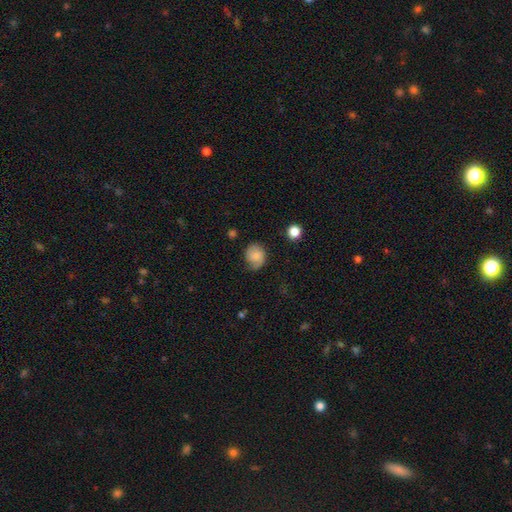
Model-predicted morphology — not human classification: Q: Smooth or featured?
A: smooth (71%); runner-up: featured or disk (20%)
Q: How rounded?
A: round (66%); runner-up: in between (33%)
Q: Merging?
A: none (62%); runner-up: minor disturbance (28%)